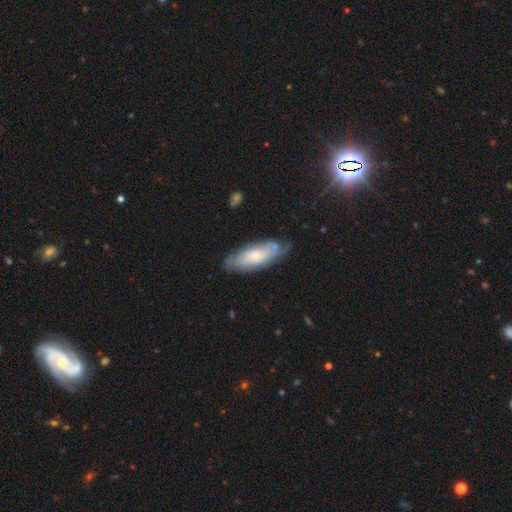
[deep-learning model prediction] Smooth or featured? smooth (50%)
Merging? none (69%)